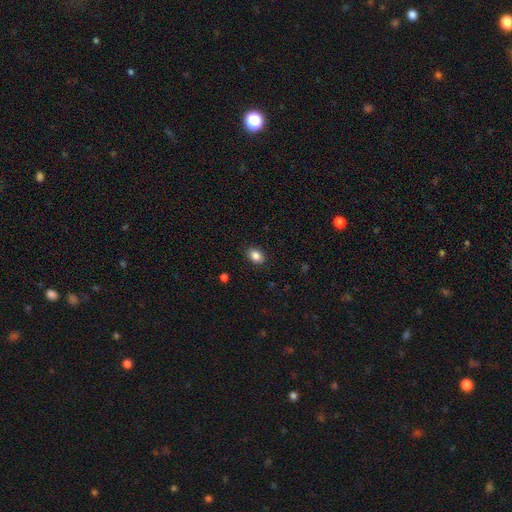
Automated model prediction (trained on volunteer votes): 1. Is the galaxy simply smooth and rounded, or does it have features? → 86% smooth, 9% star or artifact, 5% featured or disk.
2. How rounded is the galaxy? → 73% in between, 26% round, 1% cigar-shaped.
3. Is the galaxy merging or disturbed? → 89% none, 8% minor disturbance, 2% major disturbance, 1% merger.